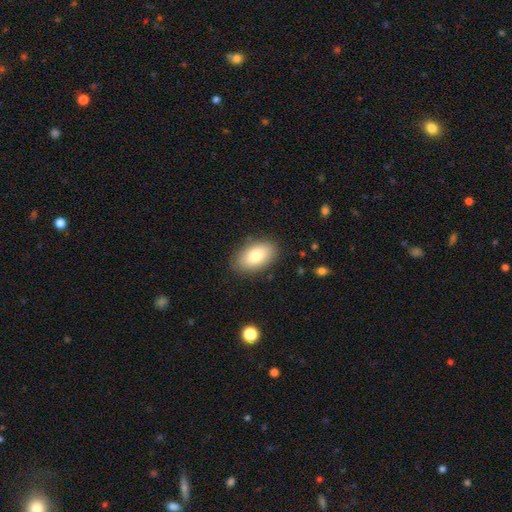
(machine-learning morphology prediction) Overall: smooth (82%). How rounded: in between (93%). Merging: none (86%).